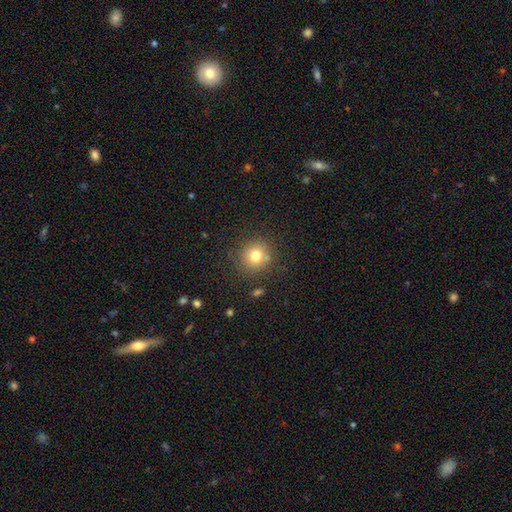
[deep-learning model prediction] smooth 78%, star or artifact 13%, featured or disk 10%. Down the decision tree: how rounded — round (90%); merging — none (81%).